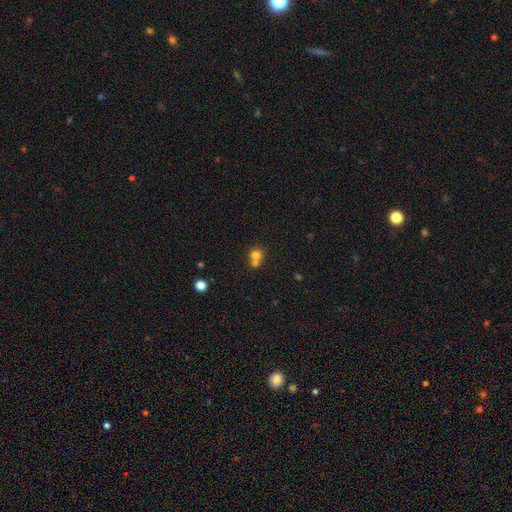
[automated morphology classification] A smooth galaxy with no disk features (73%) that is round (83%). Merging: merger (54%).